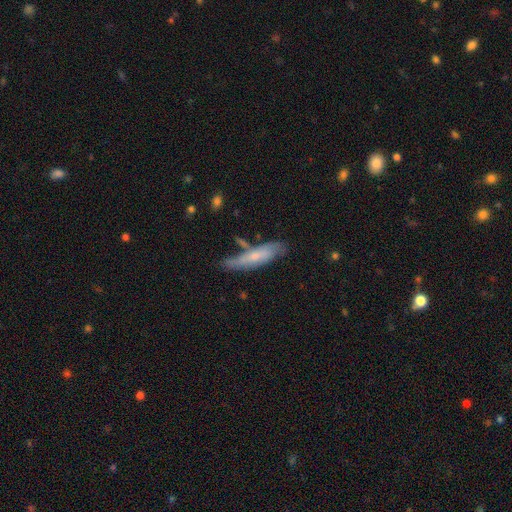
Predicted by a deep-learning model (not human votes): smooth_or_featured: smooth (p=0.58) [alt: featured or disk p=0.36]
how_rounded: cigar-shaped (p=0.74) [alt: in between p=0.24]
merging: none (p=0.61) [alt: minor disturbance p=0.24]